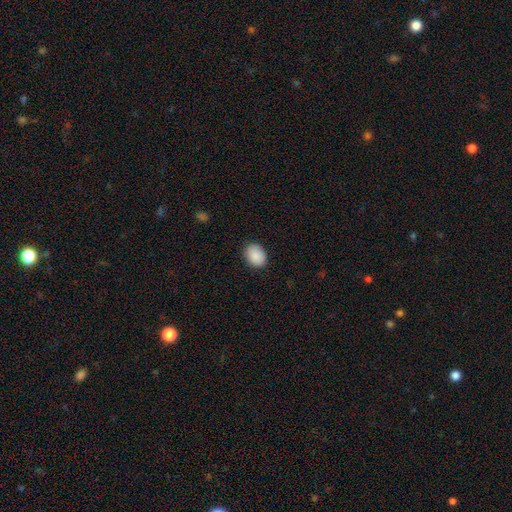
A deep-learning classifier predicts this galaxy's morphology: smooth-or-featured: smooth: 90% | star or artifact: 7% | featured or disk: 3%
  how-rounded: in between: 67% | round: 32% | cigar-shaped: 1%
  merging: none: 86% | minor disturbance: 10% | major disturbance: 2% | merger: 1%